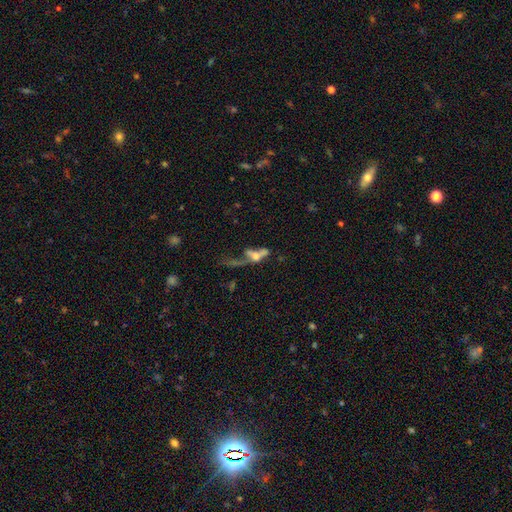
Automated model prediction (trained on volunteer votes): Smooth or featured?
  - featured or disk: 50% *
  - smooth: 36%
  - star or artifact: 14%
Edge-on disk?
  - no: 73% *
  - yes: 27%
Merging?
  - merger: 40% *
  - major disturbance: 36%
  - none: 16%
  - minor disturbance: 9%